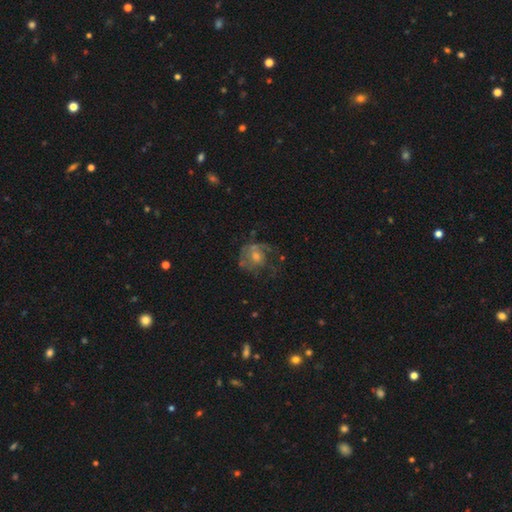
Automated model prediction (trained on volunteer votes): smooth_or_featured: featured or disk (p=0.59) [alt: smooth p=0.32]
disk_edge_on: no (p=0.98) [alt: yes p=0.02]
bar: no (p=0.80) [alt: weak p=0.17]
has_spiral_arms: yes (p=0.62) [alt: no p=0.38]
bulge_size: moderate (p=0.52) [alt: small p=0.35]
merging: none (p=0.40) [alt: major disturbance p=0.35]